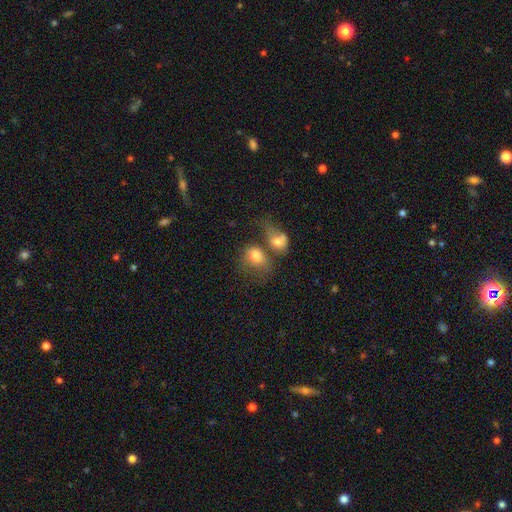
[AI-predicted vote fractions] This is likely a smooth galaxy (71%). How rounded: possibly in between (55%). Merging: possibly merger (57%).